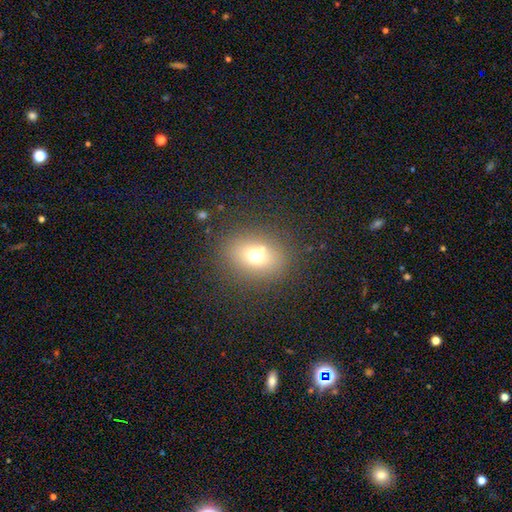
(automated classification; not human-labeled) smooth-or-featured: smooth: 67% | star or artifact: 18% | featured or disk: 16%
  how-rounded: round: 50% | in between: 49% | cigar-shaped: 1%
  merging: none: 77% | minor disturbance: 10% | merger: 7% | major disturbance: 6%